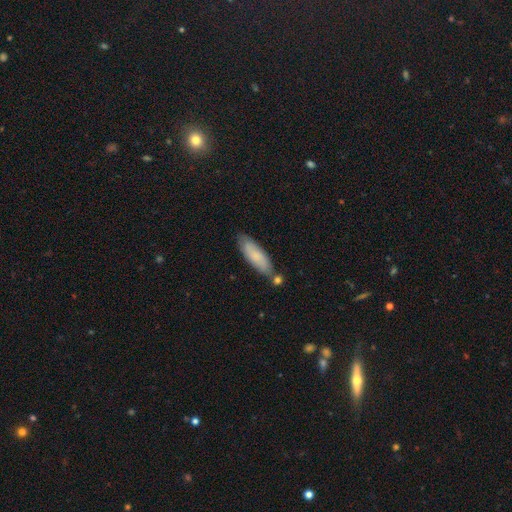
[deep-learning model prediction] smooth_or_featured: smooth (p=0.77) [alt: featured or disk p=0.17]
how_rounded: cigar-shaped (p=0.52) [alt: in between p=0.47]
merging: none (p=0.70) [alt: minor disturbance p=0.17]